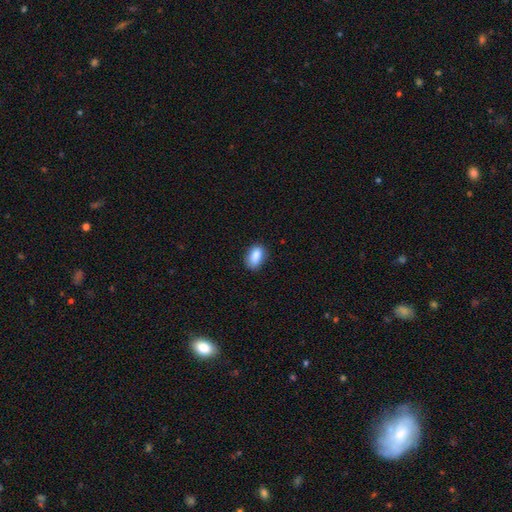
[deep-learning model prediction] Smooth or featured? smooth (87%)
How rounded? in between (88%)
Merging? none (79%)